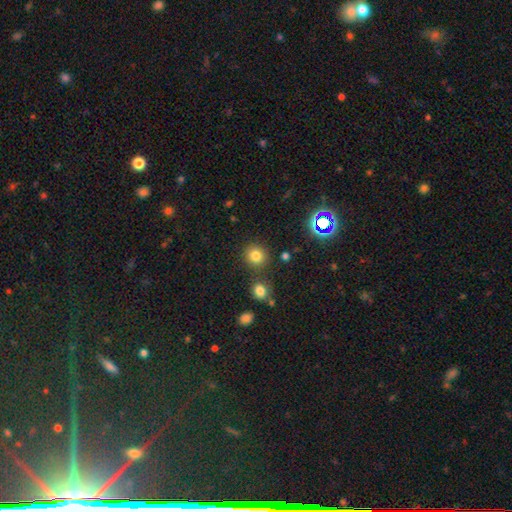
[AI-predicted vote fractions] Overall: smooth (79%). How rounded: round (89%). Merging: none (82%).